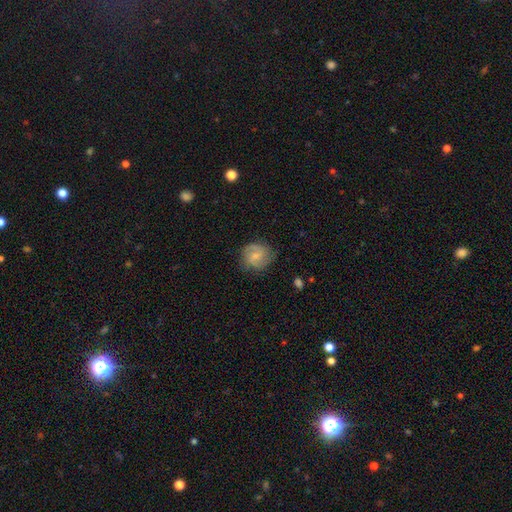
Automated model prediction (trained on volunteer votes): The model was most divided on "bar": weak: 56%, no: 34%, strong: 10%. More confident: edge-on disk — no (98%); spiral arms — yes (93%); spiral arm count — 2 (85%); merging — none (77%); smooth or featured — featured or disk (64%); bulge size — small (51%); spiral winding — medium (50%).